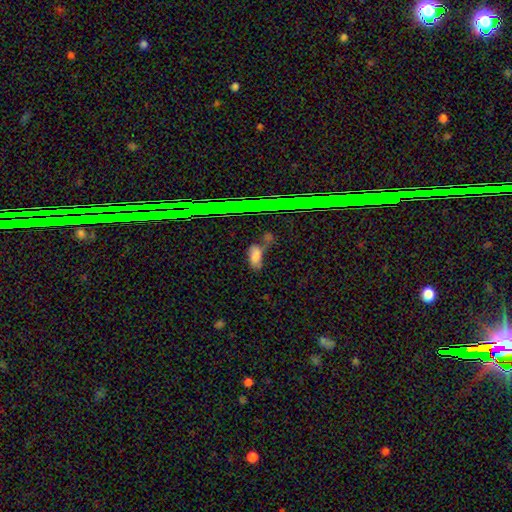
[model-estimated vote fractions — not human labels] Smooth or featured: smooth — 71% (star or artifact — 15%)
How rounded: in between — 81% (cigar-shaped — 14%)
Merging: none — 43% (minor disturbance — 28%)